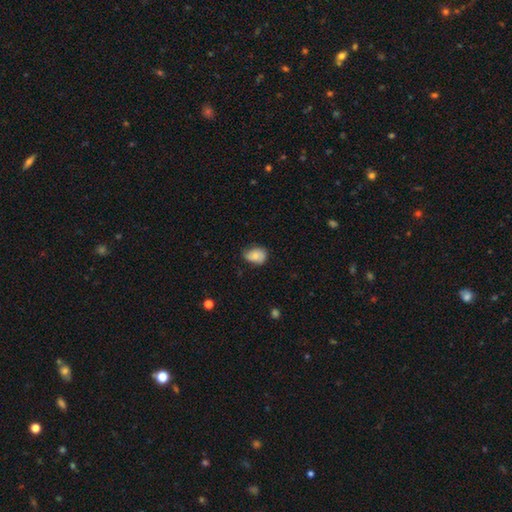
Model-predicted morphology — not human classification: The model was most divided on "merging": none: 53%, minor disturbance: 38%, major disturbance: 8%, merger: 1%. More confident: smooth or featured — smooth (76%); how rounded — in between (70%).